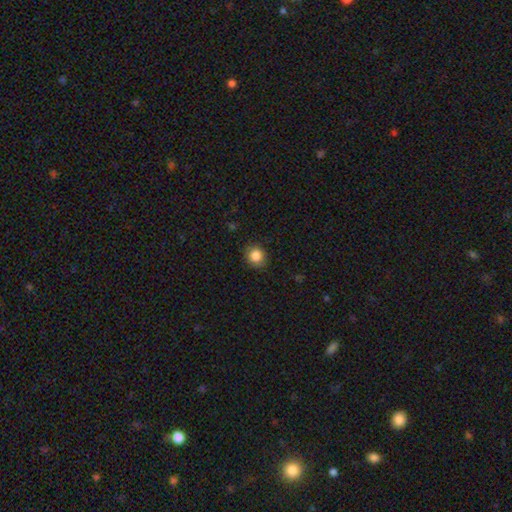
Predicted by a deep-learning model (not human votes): Q: Smooth or featured?
A: smooth (85%); runner-up: star or artifact (10%)
Q: How rounded?
A: round (82%); runner-up: in between (18%)
Q: Merging?
A: none (86%); runner-up: minor disturbance (11%)